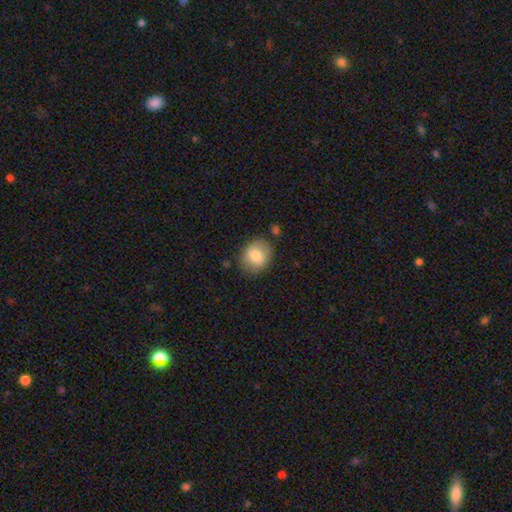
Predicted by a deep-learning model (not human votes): smooth 78%, featured or disk 14%, star or artifact 8%. Down the decision tree: how rounded — round (61%); merging — none (79%).